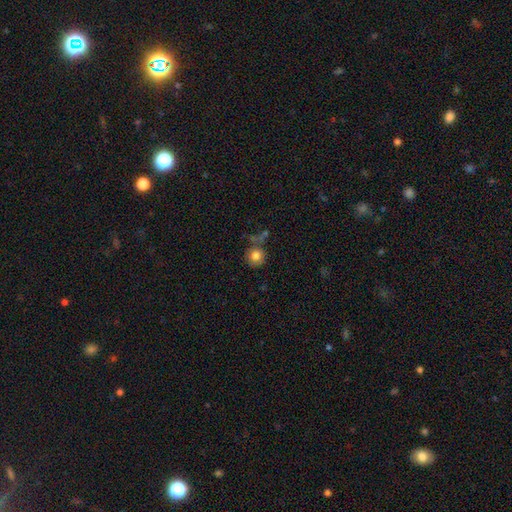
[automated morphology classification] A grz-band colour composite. It shows a smooth galaxy with no disk features (81%) that is round (91%). Merging: none (68%).